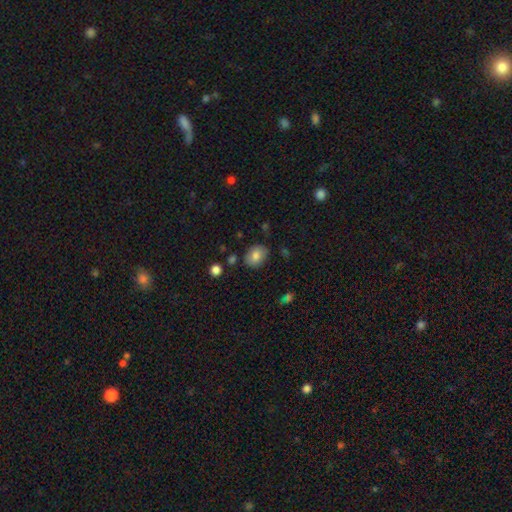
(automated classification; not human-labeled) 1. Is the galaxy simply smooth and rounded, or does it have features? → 80% smooth, 11% featured or disk, 9% star or artifact.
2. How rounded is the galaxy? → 54% in between, 45% round, 1% cigar-shaped.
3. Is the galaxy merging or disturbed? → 80% none, 14% minor disturbance, 3% major disturbance, 3% merger.